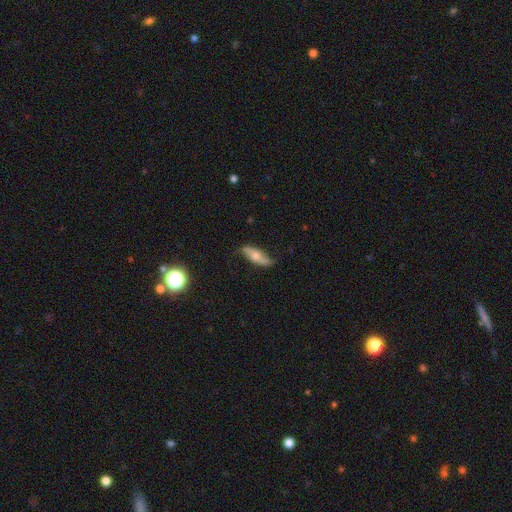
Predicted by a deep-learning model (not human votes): Q: Smooth or featured?
A: featured or disk (47%); runner-up: smooth (46%)
Q: Merging?
A: none (70%); runner-up: minor disturbance (23%)